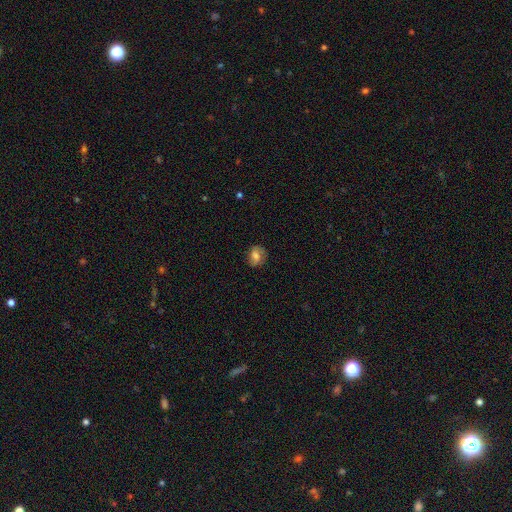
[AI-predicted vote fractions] smooth 56%, featured or disk 33%, star or artifact 11%. Down the decision tree: how rounded — in between (49%, tied with round); merging — none (76%).